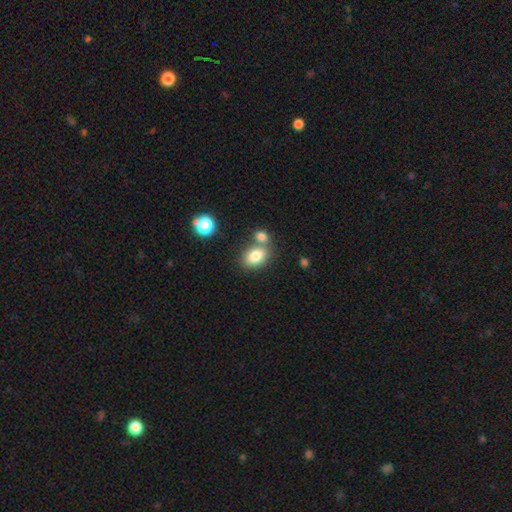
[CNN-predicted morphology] A smooth galaxy with no disk features (81%) that is in between round and cigar-shaped (75%).

Vote fractions:
- Smooth or featured? smooth: 81% / featured or disk: 10% / star or artifact: 9%
- How rounded? in between: 75% / round: 23% / cigar-shaped: 1%
- Merging? none: 53% / merger: 32% / minor disturbance: 11% / major disturbance: 4%